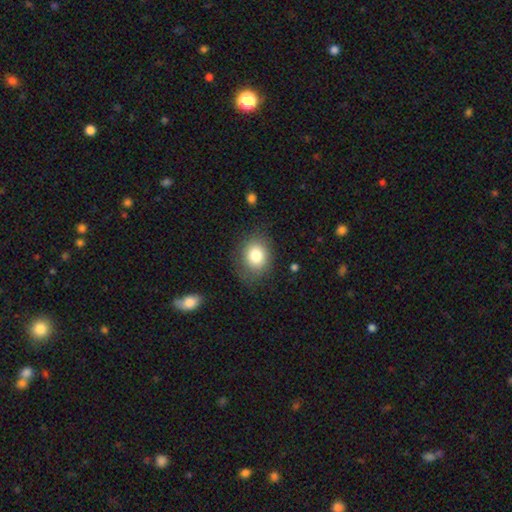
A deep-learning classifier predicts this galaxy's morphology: Smooth or featured? smooth (80%)
How rounded? round (57%)
Merging? none (77%)